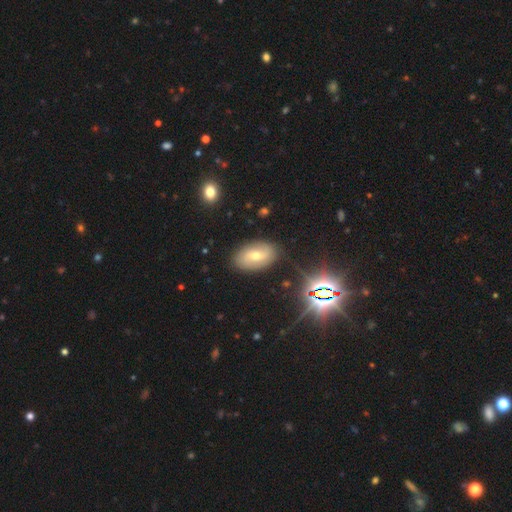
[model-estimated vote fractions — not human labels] Overall: featured or disk (38%; smooth 37%). Merging: none (84%).